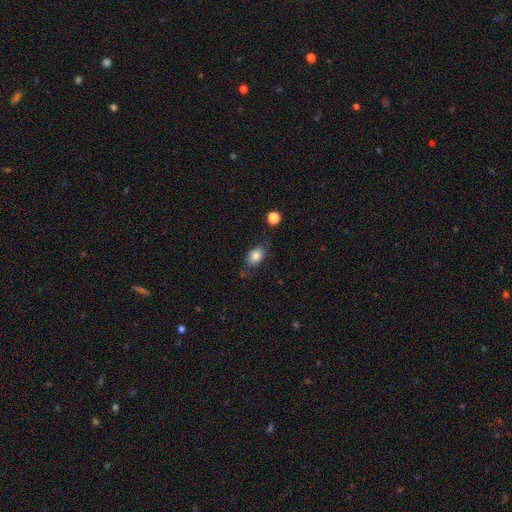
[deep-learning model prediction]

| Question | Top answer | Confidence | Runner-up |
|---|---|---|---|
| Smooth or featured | smooth | 82% | star or artifact (9%) |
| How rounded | in between | 79% | round (20%) |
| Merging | none | 72% | minor disturbance (19%) |